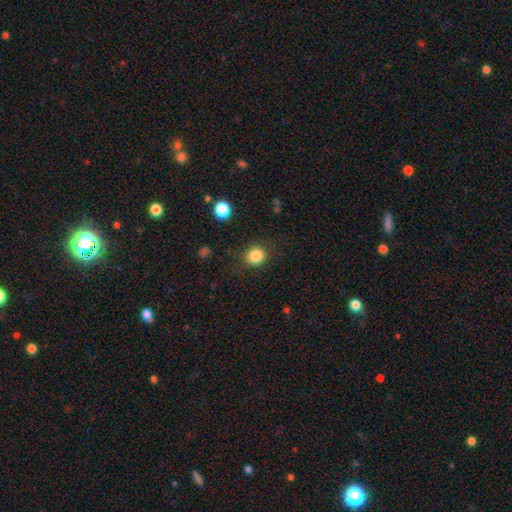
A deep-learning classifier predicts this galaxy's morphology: Q: Smooth or featured?
A: smooth (85%); runner-up: star or artifact (11%)
Q: How rounded?
A: round (88%); runner-up: in between (11%)
Q: Merging?
A: none (85%); runner-up: minor disturbance (10%)